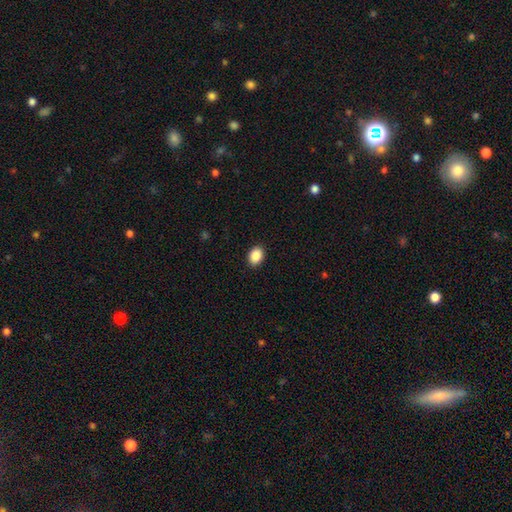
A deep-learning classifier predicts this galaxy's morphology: A smooth galaxy with no disk features (89%) that is in between round and cigar-shaped (70%). Merging: none (91%).